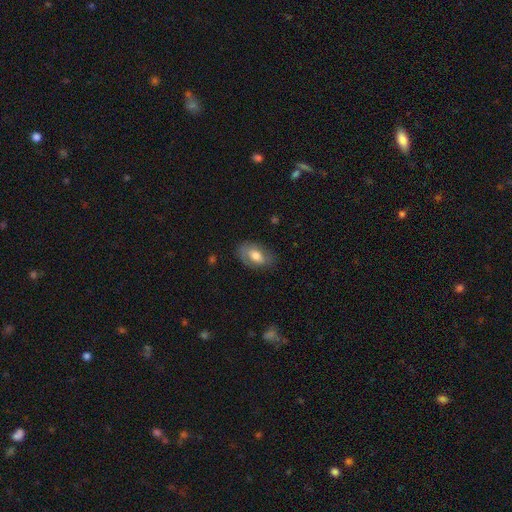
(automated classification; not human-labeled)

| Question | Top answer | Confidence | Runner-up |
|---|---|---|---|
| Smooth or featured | smooth | 63% | featured or disk (31%) |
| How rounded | in between | 90% | round (8%) |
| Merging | none | 74% | minor disturbance (19%) |